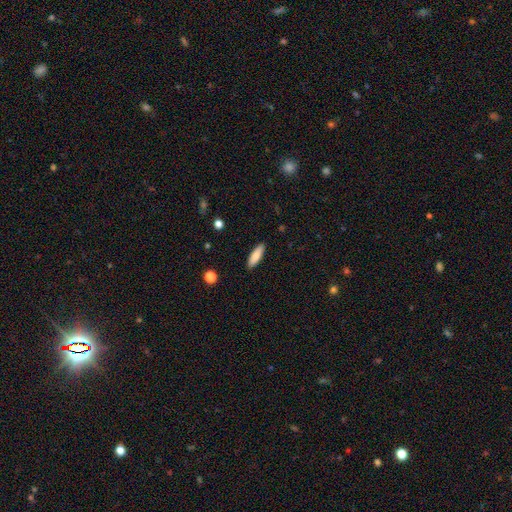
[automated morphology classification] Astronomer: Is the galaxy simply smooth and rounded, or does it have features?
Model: smooth — 82%.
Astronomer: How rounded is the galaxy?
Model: cigar-shaped — 51% (runner-up: in between, 47%).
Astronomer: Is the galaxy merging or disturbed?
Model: none — 89%.